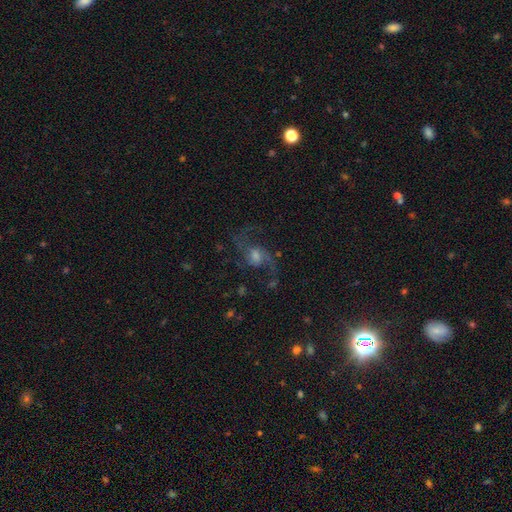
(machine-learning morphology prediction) A featured or disk galaxy (77%) with no bar (51%), 2 (88%) loose (66%) spiral arms (94%) and a moderate central bulge (48%).

Vote fractions:
- Smooth or featured? featured or disk: 77% / star or artifact: 12% / smooth: 10%
- Edge-on disk? no: 96% / yes: 4%
- Bar? no: 51% / weak: 40% / strong: 9%
- Spiral arms? yes: 94% / no: 6%
- Spiral winding? loose: 66% / medium: 29% / tight: 5%
- Spiral arm count? 2: 88% / can't tell: 4% / 3: 3% / 1: 3% / 4: 2% / more than 4: 2%
- Bulge size? moderate: 48% / small: 28% / large: 15% / none: 7% / dominant: 3%
- Merging? none: 68% / major disturbance: 15% / minor disturbance: 14% / merger: 2%